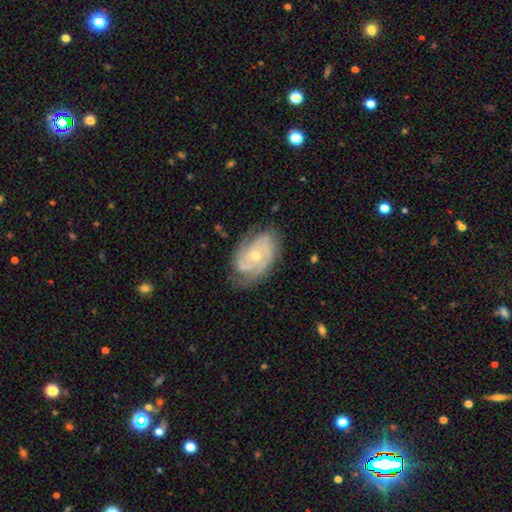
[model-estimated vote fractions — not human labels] A featured or disk galaxy (88%) with no bar (71%), 2 (44%) tight (63%) spiral arms (97%) and a small central bulge (54%).

Vote fractions:
- Smooth or featured? featured or disk: 88% / smooth: 7% / star or artifact: 5%
- Edge-on disk? no: 97% / yes: 3%
- Bar? no: 71% / weak: 24% / strong: 5%
- Spiral arms? yes: 97% / no: 3%
- Spiral winding? tight: 63% / medium: 31% / loose: 6%
- Spiral arm count? 2: 44% / 3: 31% / can't tell: 13% / 4: 5% / 1: 4% / more than 4: 4%
- Bulge size? small: 54% / moderate: 43% / large: 1% / none: 1% / dominant: 1%
- Merging? none: 75% / minor disturbance: 18% / major disturbance: 6% / merger: 1%